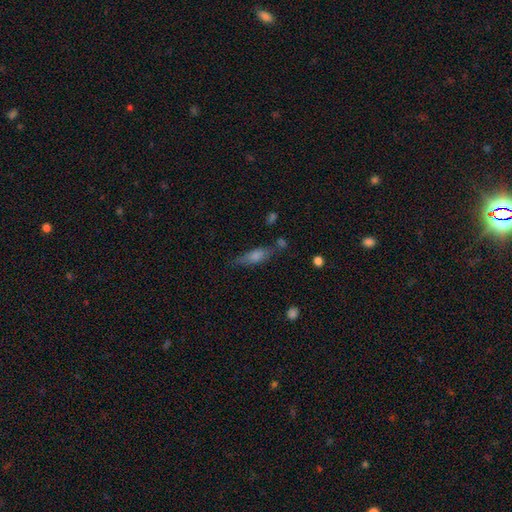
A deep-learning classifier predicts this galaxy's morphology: smooth-or-featured: smooth: 55% | featured or disk: 33% | star or artifact: 12%
  how-rounded: cigar-shaped: 56% | in between: 40% | round: 4%
  merging: none: 64% | minor disturbance: 20% | merger: 9% | major disturbance: 7%